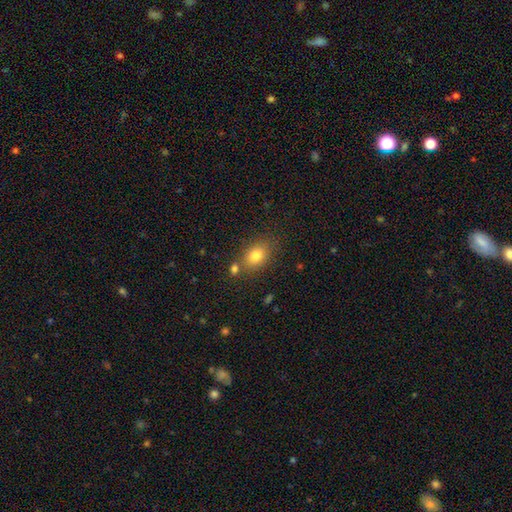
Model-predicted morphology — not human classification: Smooth or featured: smooth — 81% (star or artifact — 10%)
How rounded: in between — 72% (round — 27%)
Merging: none — 71% (minor disturbance — 13%)